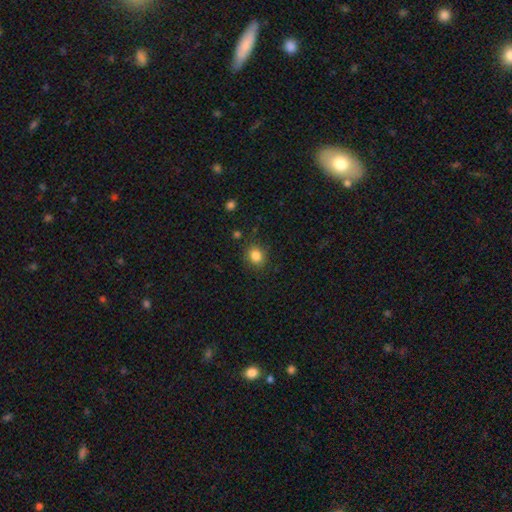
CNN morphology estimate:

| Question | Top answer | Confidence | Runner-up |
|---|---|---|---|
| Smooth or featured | smooth | 84% | star or artifact (11%) |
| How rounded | round | 70% | in between (29%) |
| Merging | none | 85% | minor disturbance (10%) |